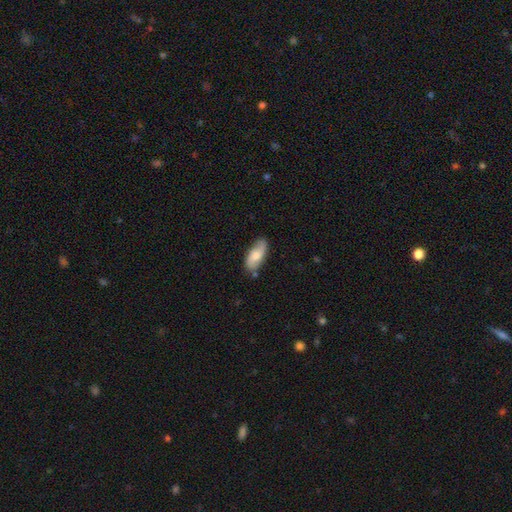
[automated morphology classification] This is possibly a smooth galaxy (56%). How rounded: clearly in between (86%). Merging: likely none (75%).